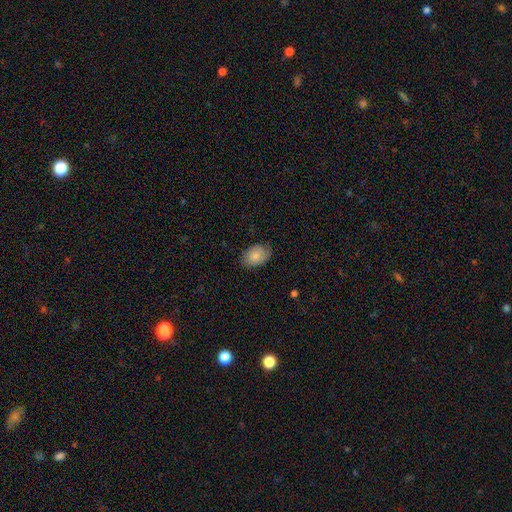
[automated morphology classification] This appears to be a smooth galaxy with no disk features (79%) that is in between round and cigar-shaped (84%). Merging: none (71%).